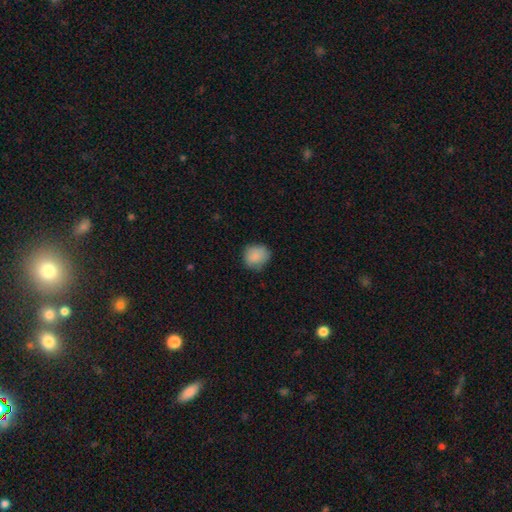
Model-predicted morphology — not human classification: A smooth galaxy with no disk features (87%) that is round (81%). Merging: none (74%).